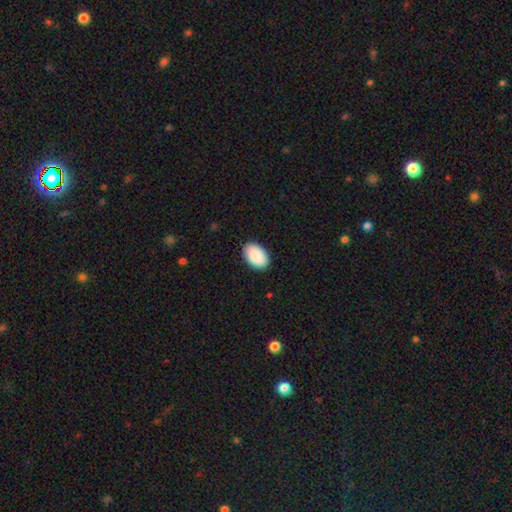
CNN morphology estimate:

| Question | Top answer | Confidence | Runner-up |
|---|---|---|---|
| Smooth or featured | smooth | 90% | star or artifact (6%) |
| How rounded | in between | 92% | round (7%) |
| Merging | none | 89% | minor disturbance (9%) |